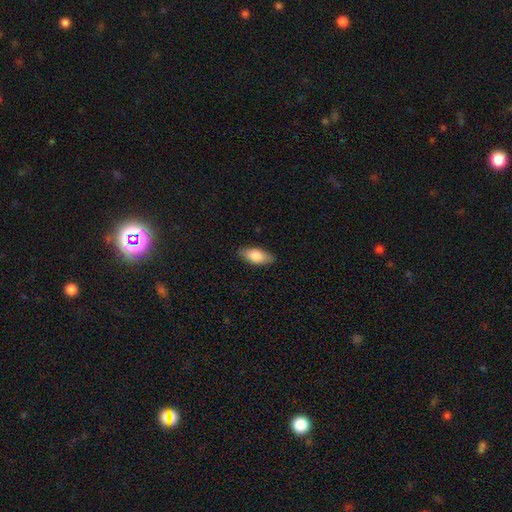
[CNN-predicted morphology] Smooth or featured? Predicted: smooth (p=0.80). How rounded? Predicted: in between (p=0.83). Merging? Predicted: none (p=0.86).